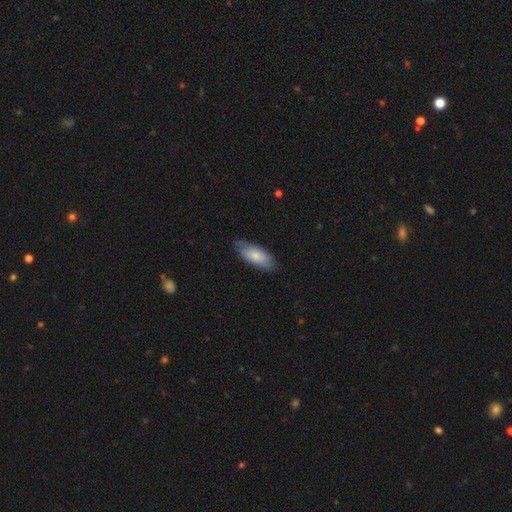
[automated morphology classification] smooth_or_featured: smooth (p=0.71) [alt: featured or disk p=0.24]
how_rounded: in between (p=0.81) [alt: cigar-shaped p=0.17]
merging: none (p=0.71) [alt: minor disturbance p=0.23]